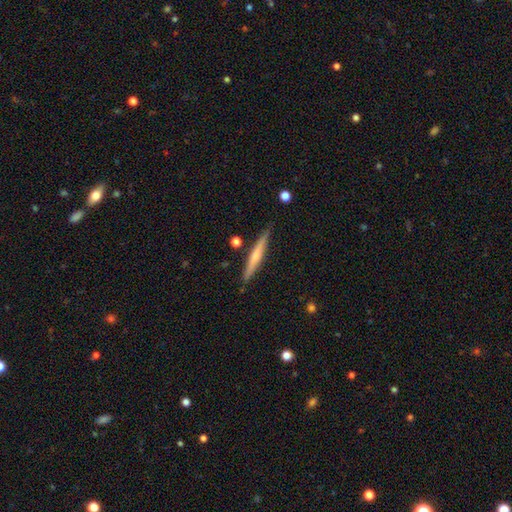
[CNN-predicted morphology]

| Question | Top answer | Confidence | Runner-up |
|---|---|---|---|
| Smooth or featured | smooth | 49% | featured or disk (45%) |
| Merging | none | 87% | minor disturbance (9%) |